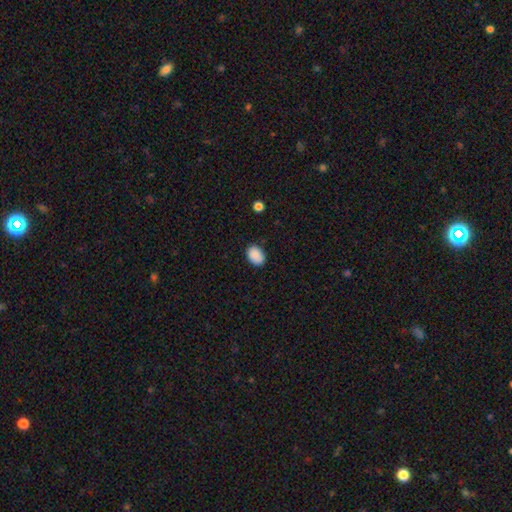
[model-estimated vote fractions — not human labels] This is clearly a smooth galaxy (89%). How rounded: likely in between (76%). Merging: clearly none (84%).